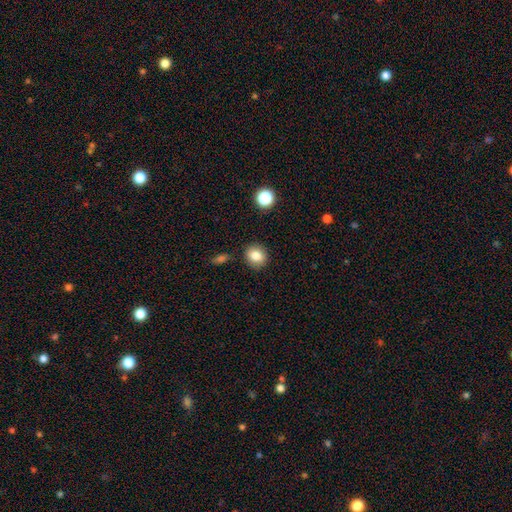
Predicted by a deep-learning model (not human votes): This appears to be a smooth galaxy with no disk features (83%) that is round (76%). Merging: none (87%).